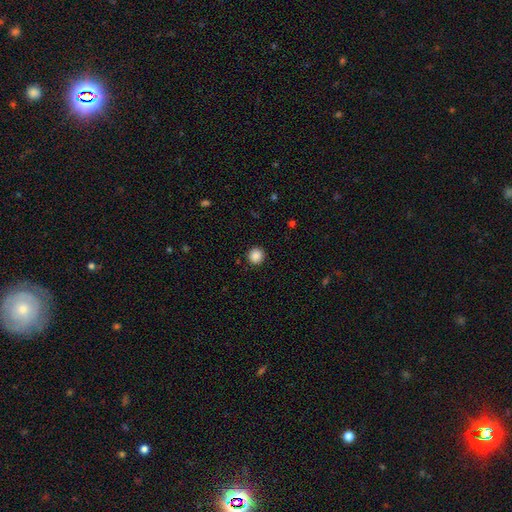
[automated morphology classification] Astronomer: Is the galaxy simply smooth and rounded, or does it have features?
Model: smooth — 88%.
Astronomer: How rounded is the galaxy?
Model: round — 95%.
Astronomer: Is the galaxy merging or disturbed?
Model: none — 93%.